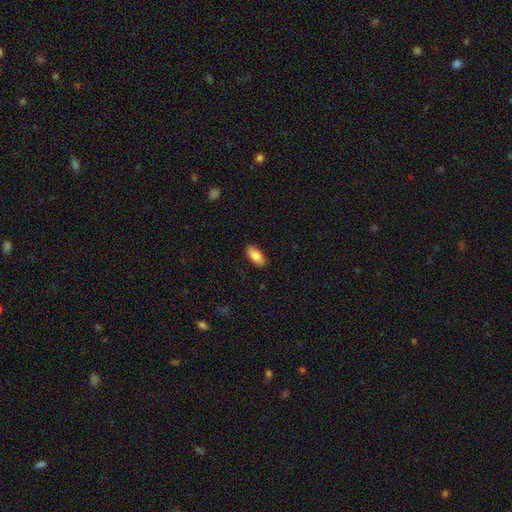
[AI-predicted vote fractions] The model was most divided on "smooth or featured": smooth: 80%, featured or disk: 14%, star or artifact: 6%. More confident: merging — none (89%); how rounded — in between (85%).